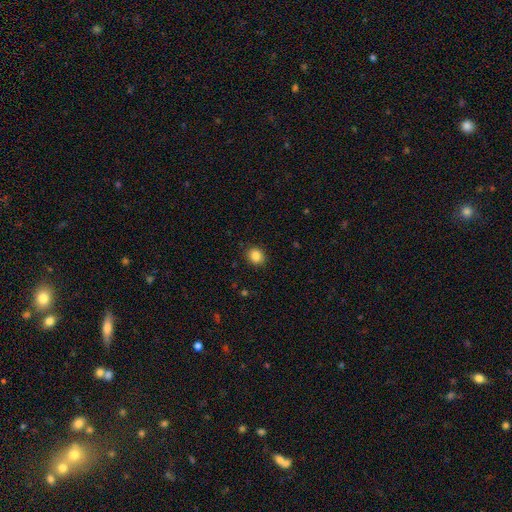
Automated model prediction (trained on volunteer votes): Smooth or featured: smooth — 85% (star or artifact — 10%)
How rounded: round — 70% (in between — 30%)
Merging: none — 89% (minor disturbance — 8%)